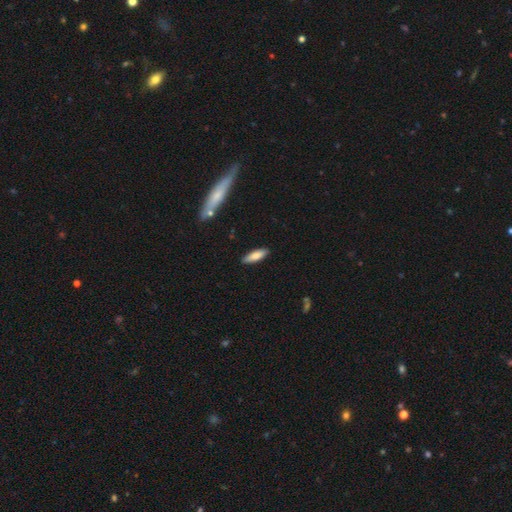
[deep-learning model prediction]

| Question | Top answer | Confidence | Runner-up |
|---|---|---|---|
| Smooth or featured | smooth | 77% | featured or disk (17%) |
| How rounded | in between | 53% | cigar-shaped (46%) |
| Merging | none | 88% | minor disturbance (9%) |